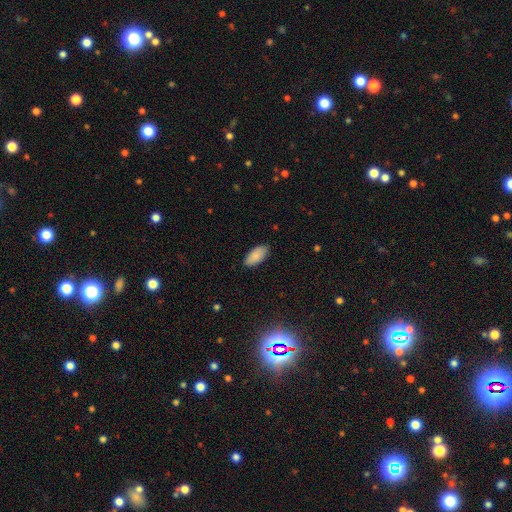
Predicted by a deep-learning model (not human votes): The model was most divided on "merging": none: 87%, minor disturbance: 11%, major disturbance: 2%, merger: 1%. More confident: how rounded — in between (93%); smooth or featured — smooth (87%).